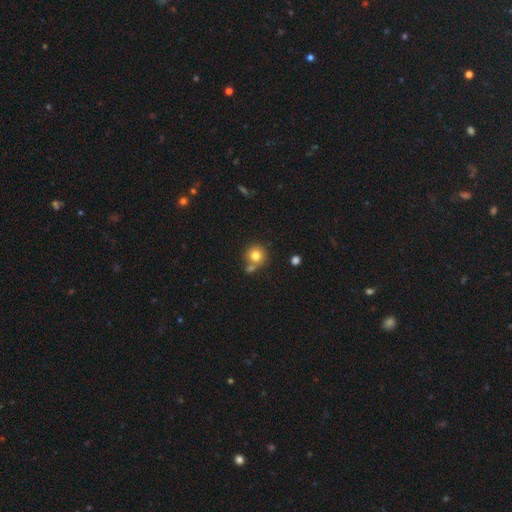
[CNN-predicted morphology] Smooth or featured: smooth — 78% (star or artifact — 11%)
How rounded: round — 91% (in between — 8%)
Merging: none — 62% (merger — 24%)